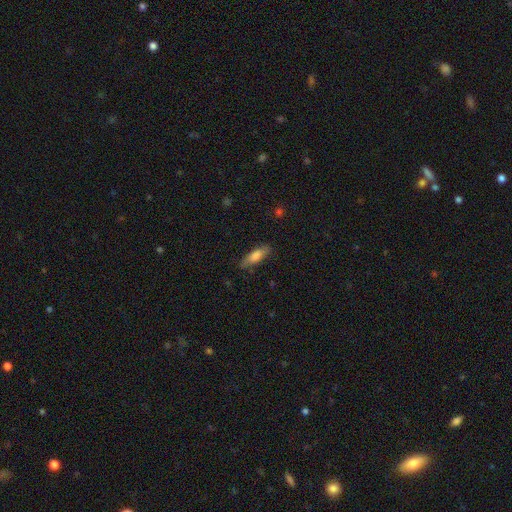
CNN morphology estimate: type=smooth (74%); roundness=cigar-shaped (51%); merging=none (79%).